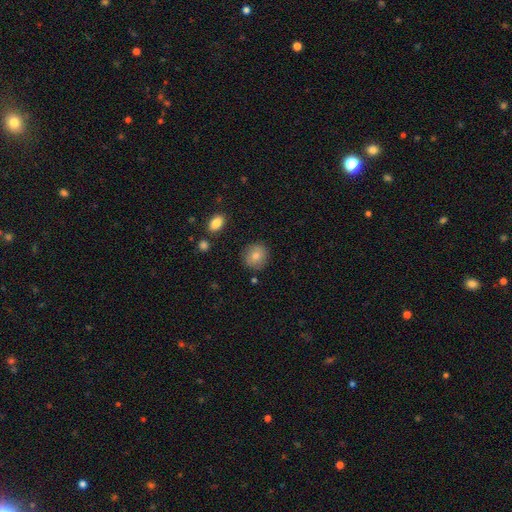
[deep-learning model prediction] smooth-or-featured: smooth: 75% | featured or disk: 14% | star or artifact: 11%
  how-rounded: round: 87% | in between: 12% | cigar-shaped: 1%
  merging: none: 87% | minor disturbance: 9% | major disturbance: 2% | merger: 2%